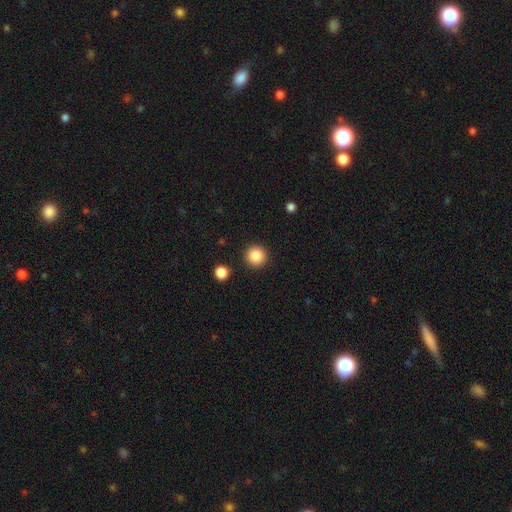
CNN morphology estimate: Smooth or featured?
  - smooth: 86% *
  - star or artifact: 10%
  - featured or disk: 4%
How rounded?
  - round: 95% *
  - in between: 4%
  - cigar-shaped: 1%
Merging?
  - none: 91% *
  - minor disturbance: 5%
  - major disturbance: 2%
  - merger: 2%